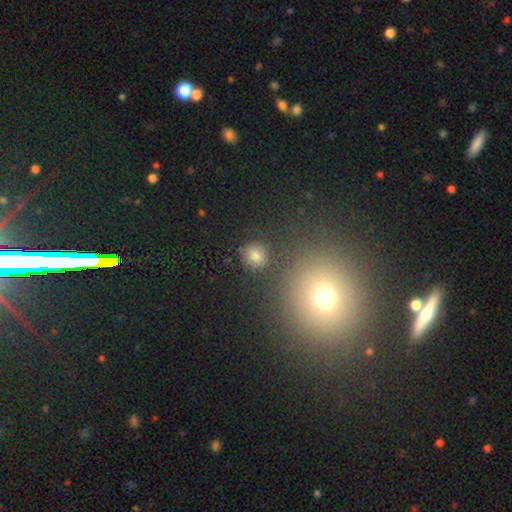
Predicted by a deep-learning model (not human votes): The model was most divided on "smooth or featured": smooth: 77%, star or artifact: 17%, featured or disk: 6%. More confident: how rounded — round (85%); merging — none (82%).